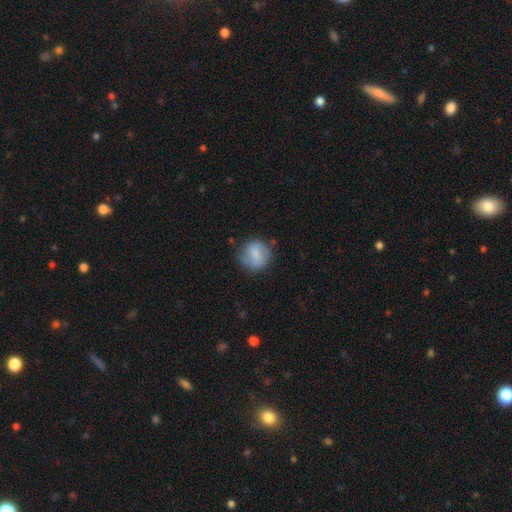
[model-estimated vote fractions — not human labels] This appears to be a smooth galaxy with no disk features (70%) that is round (85%). Merging: none (70%).